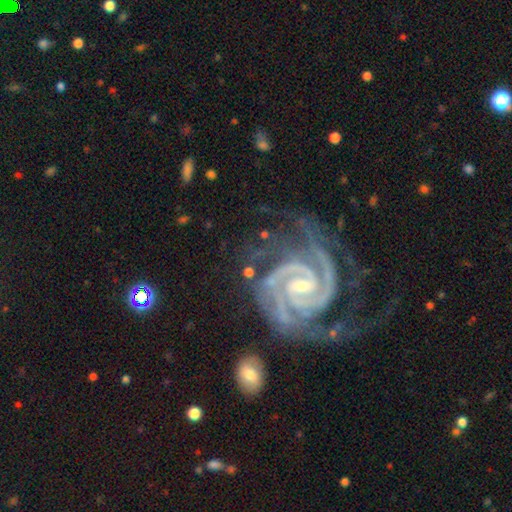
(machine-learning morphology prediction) Smooth or featured? Predicted: featured or disk (p=0.91). Edge-on disk? Predicted: no (p=0.98). Bar? Predicted: weak (p=0.39). Spiral arms? Predicted: yes (p=0.99). Spiral winding? Predicted: tight (p=0.71). Spiral arm count? Predicted: 2 (p=0.56). Bulge size? Predicted: small (p=0.64). Merging? Predicted: none (p=0.67).